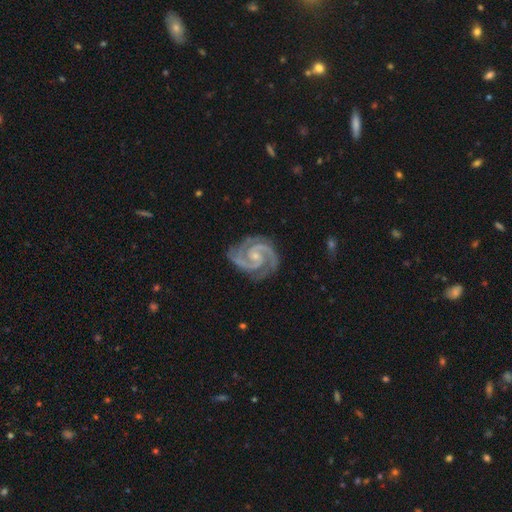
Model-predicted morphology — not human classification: Smooth or featured?
  - featured or disk: 94% *
  - star or artifact: 4%
  - smooth: 2%
Edge-on disk?
  - no: 98% *
  - yes: 2%
Bar?
  - no: 58% *
  - weak: 31%
  - strong: 11%
Spiral arms?
  - yes: 99% *
  - no: 1%
Spiral winding?
  - tight: 52% *
  - medium: 44%
  - loose: 4%
Spiral arm count?
  - 2: 87% *
  - 3: 8%
  - can't tell: 2%
  - 4: 1%
  - 1: 1%
  - more than 4: 1%
Bulge size?
  - small: 72% *
  - moderate: 21%
  - none: 5%
  - large: 1%
  - dominant: 1%
Merging?
  - none: 80% *
  - minor disturbance: 14%
  - major disturbance: 4%
  - merger: 1%